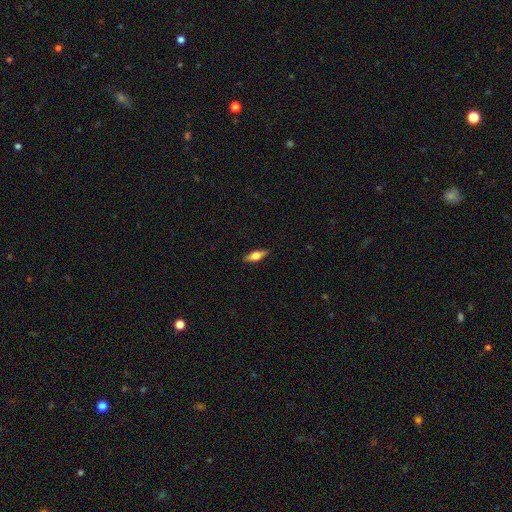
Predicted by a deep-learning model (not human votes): The model was most divided on "smooth or featured": smooth: 48%, featured or disk: 45%, star or artifact: 7%. More confident: merging — none (89%).